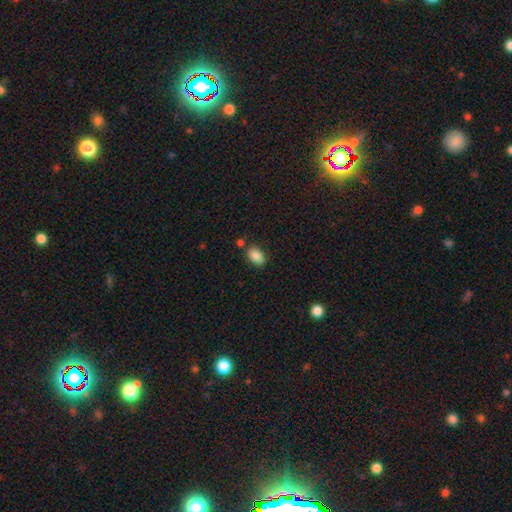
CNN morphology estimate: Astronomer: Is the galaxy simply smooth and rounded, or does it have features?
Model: smooth — 86%.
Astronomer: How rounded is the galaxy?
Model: in between — 88%.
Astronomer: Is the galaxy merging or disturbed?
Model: none — 77%.